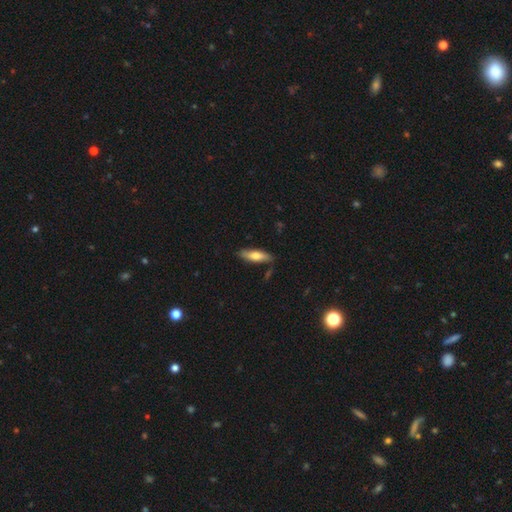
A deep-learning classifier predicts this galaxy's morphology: This is likely a smooth galaxy (67%). How rounded: possibly cigar-shaped (56%). Merging: likely none (80%).